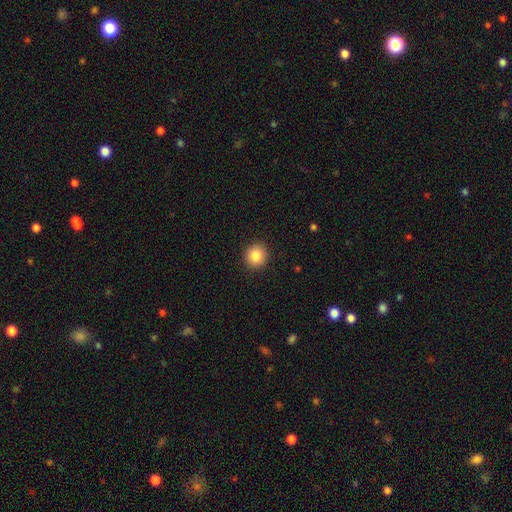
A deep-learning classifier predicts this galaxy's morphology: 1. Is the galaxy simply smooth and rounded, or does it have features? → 86% smooth, 9% star or artifact, 5% featured or disk.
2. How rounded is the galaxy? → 91% round, 8% in between, 1% cigar-shaped.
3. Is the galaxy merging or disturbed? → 92% none, 5% minor disturbance, 2% major disturbance, 1% merger.